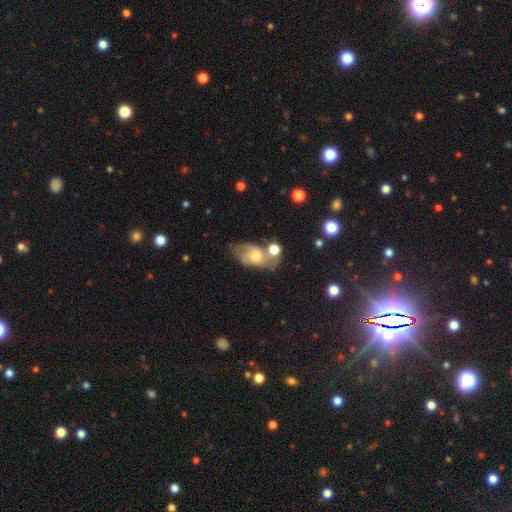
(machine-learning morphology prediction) A featured or disk galaxy (66%) with no bar (65%), 2 (50%) medium (48%) spiral arms (85%) and a moderate central bulge (59%).

Vote fractions:
- Smooth or featured? featured or disk: 66% / smooth: 26% / star or artifact: 8%
- Edge-on disk? no: 95% / yes: 5%
- Bar? no: 65% / weak: 31% / strong: 5%
- Spiral arms? yes: 85% / no: 15%
- Spiral winding? medium: 48% / loose: 26% / tight: 26%
- Spiral arm count? 2: 50% / can't tell: 23% / 3: 16% / 1: 4% / 4: 4% / more than 4: 3%
- Bulge size? moderate: 59% / small: 28% / large: 8% / none: 3% / dominant: 1%
- Merging? none: 45% / minor disturbance: 21% / merger: 21% / major disturbance: 12%